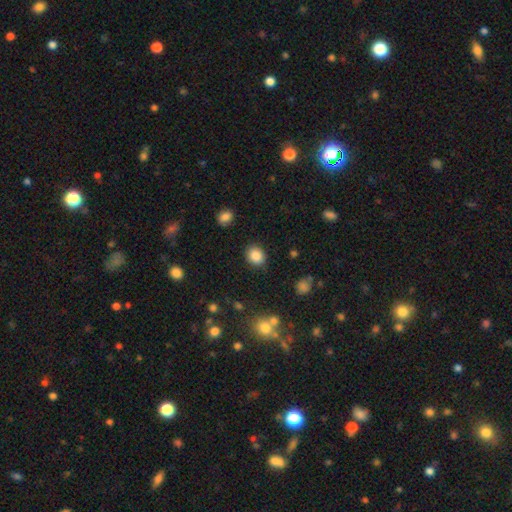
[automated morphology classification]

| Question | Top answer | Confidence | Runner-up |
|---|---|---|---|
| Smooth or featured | smooth | 86% | star or artifact (10%) |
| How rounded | round | 68% | in between (31%) |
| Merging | none | 87% | minor disturbance (8%) |